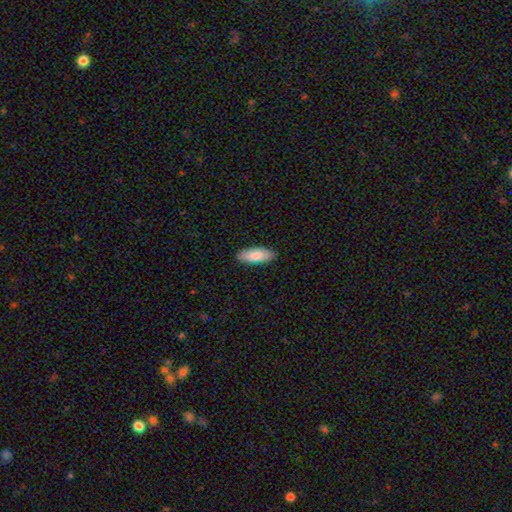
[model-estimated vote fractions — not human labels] This is clearly a smooth galaxy (84%). How rounded: likely in between (78%). Merging: clearly none (89%).